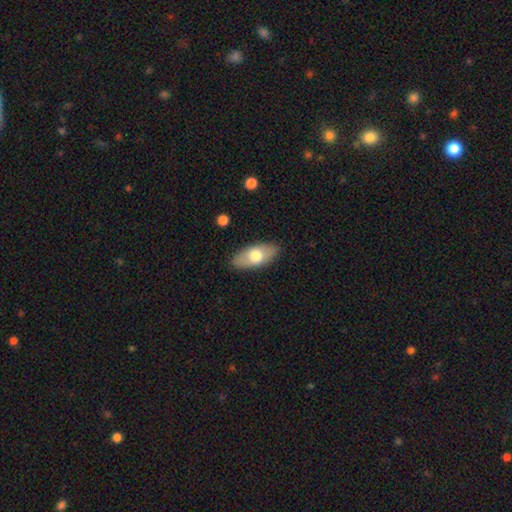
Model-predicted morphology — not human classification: type=smooth (66%); roundness=in between (88%); merging=none (87%).